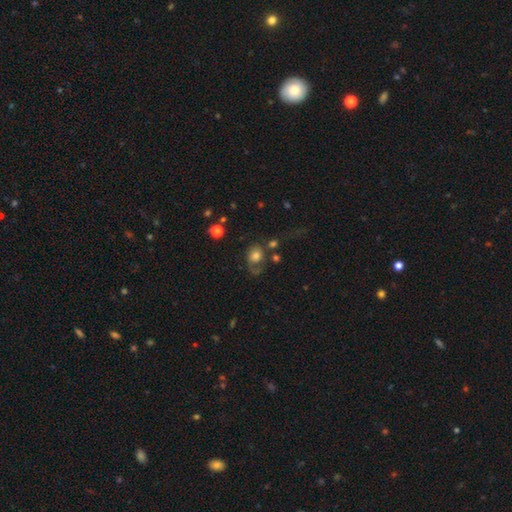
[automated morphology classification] smooth 63%, featured or disk 25%, star or artifact 12%. Down the decision tree: how rounded — round (57%); merging — none (37%).